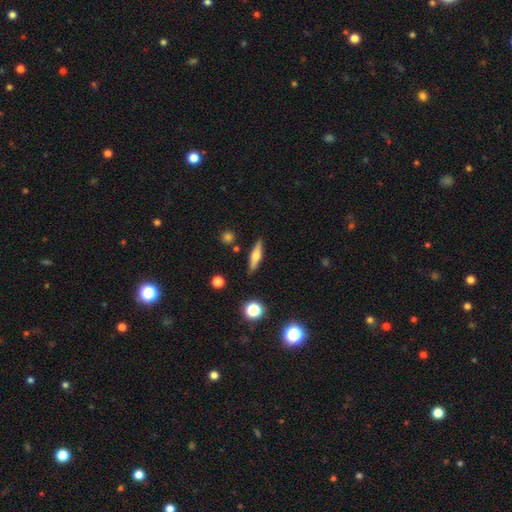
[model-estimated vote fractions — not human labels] Smooth or featured? Predicted: featured or disk (p=0.48). Merging? Predicted: none (p=0.85).